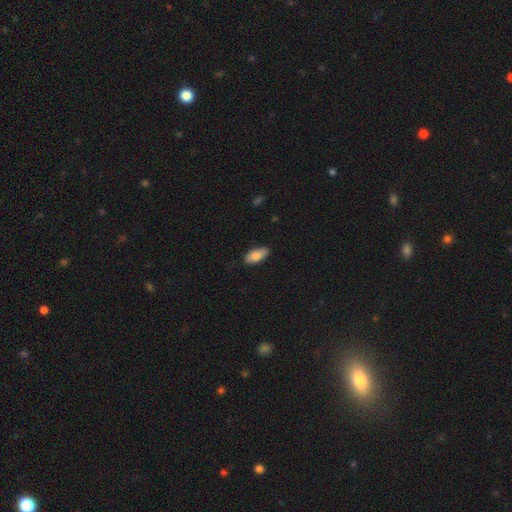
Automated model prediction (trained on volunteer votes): A smooth galaxy with no disk features (81%) that is in between round and cigar-shaped (89%).

Vote fractions:
- Smooth or featured? smooth: 81% / featured or disk: 13% / star or artifact: 6%
- How rounded? in between: 89% / cigar-shaped: 9% / round: 2%
- Merging? none: 85% / minor disturbance: 12% / major disturbance: 2% / merger: 1%